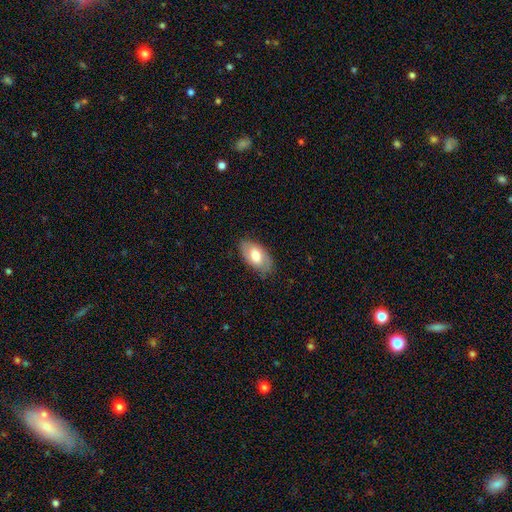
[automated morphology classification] A smooth galaxy with no disk features (63%) that is in between round and cigar-shaped (94%).

Vote fractions:
- Smooth or featured? smooth: 63% / featured or disk: 31% / star or artifact: 6%
- How rounded? in between: 94% / round: 4% / cigar-shaped: 2%
- Merging? none: 80% / minor disturbance: 16% / major disturbance: 4% / merger: 1%